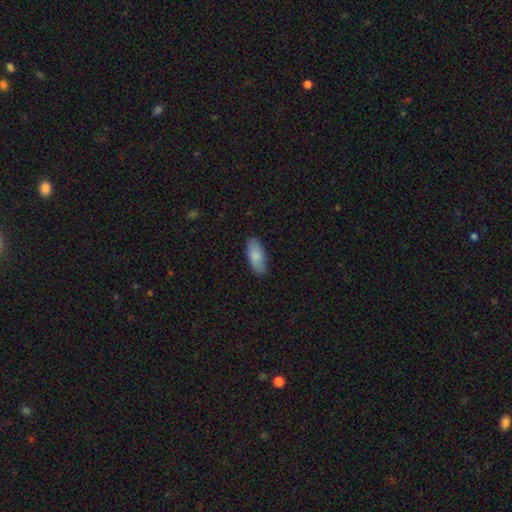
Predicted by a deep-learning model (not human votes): The model was most divided on "smooth or featured": smooth: 84%, featured or disk: 10%, star or artifact: 6%. More confident: how rounded — in between (86%); merging — none (86%).